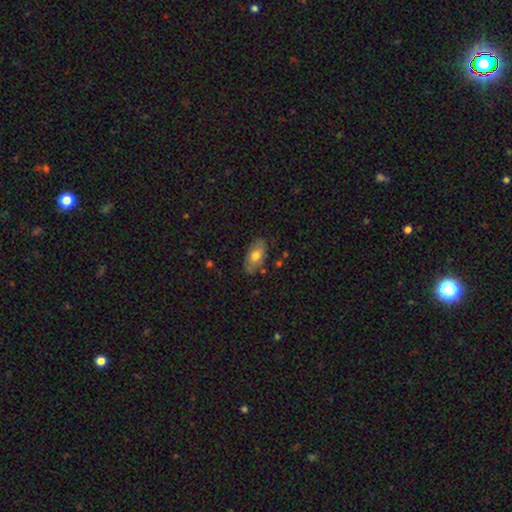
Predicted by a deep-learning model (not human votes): smooth-or-featured: smooth: 69% | featured or disk: 24% | star or artifact: 7%
  how-rounded: in between: 92% | round: 5% | cigar-shaped: 3%
  merging: none: 80% | minor disturbance: 15% | major disturbance: 3% | merger: 2%